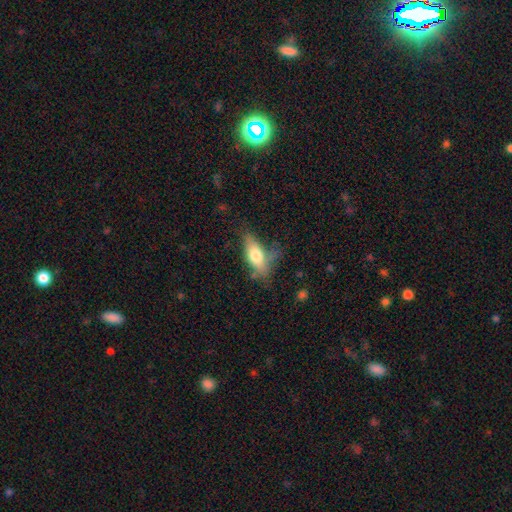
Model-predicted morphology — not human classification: smooth 67%, featured or disk 26%, star or artifact 7%. Down the decision tree: how rounded — in between (74%); merging — none (51%).